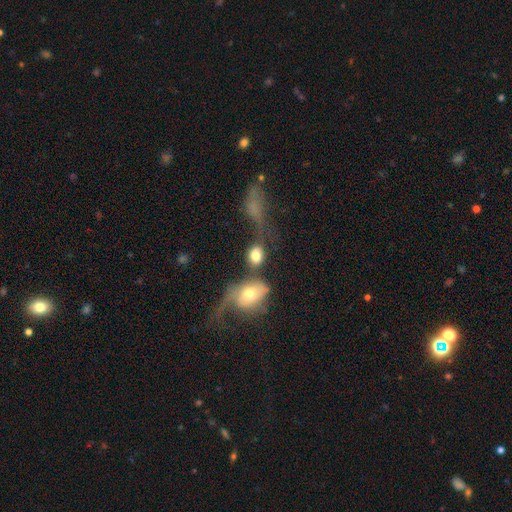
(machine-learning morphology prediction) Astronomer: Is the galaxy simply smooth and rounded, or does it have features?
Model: smooth — 73%.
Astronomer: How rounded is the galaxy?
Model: in between — 58% (runner-up: round, 40%).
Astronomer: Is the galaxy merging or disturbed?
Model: merger — 41% (runner-up: none, 29%).